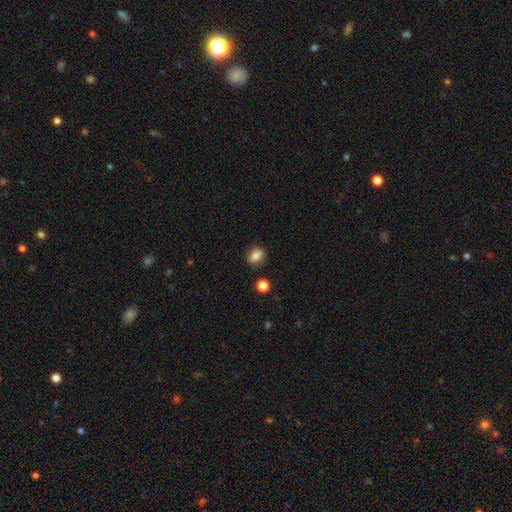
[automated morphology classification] Q: Smooth or featured?
A: smooth (82%); runner-up: star or artifact (10%)
Q: How rounded?
A: in between (52%); runner-up: round (46%)
Q: Merging?
A: none (80%); runner-up: minor disturbance (13%)